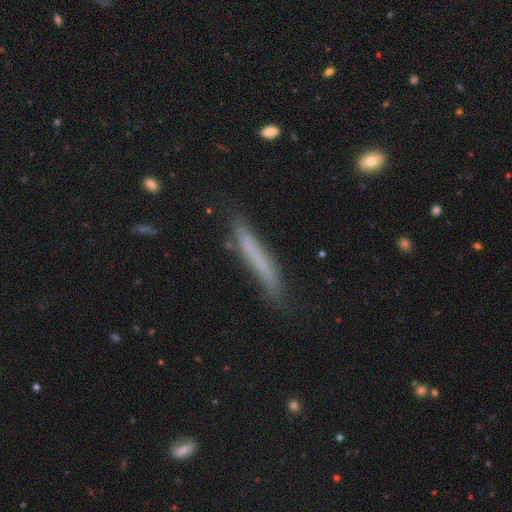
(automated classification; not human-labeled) smooth-or-featured: smooth: 60% | featured or disk: 31% | star or artifact: 9%
  how-rounded: cigar-shaped: 95% | in between: 3% | round: 1%
  merging: none: 77% | minor disturbance: 17% | major disturbance: 4% | merger: 2%